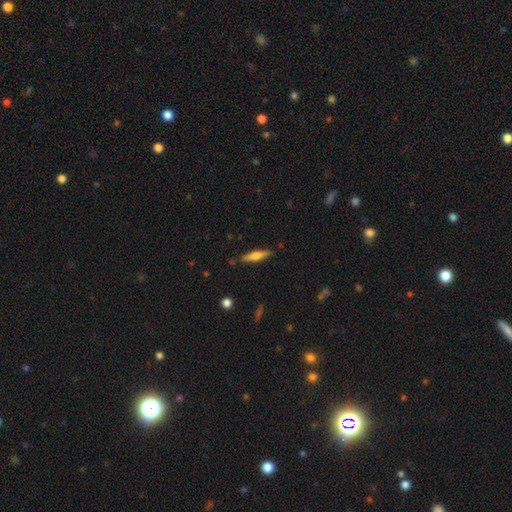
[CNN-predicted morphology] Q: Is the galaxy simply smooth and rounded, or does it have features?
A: smooth — 51%.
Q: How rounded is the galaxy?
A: cigar-shaped — 84%.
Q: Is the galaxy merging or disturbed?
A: none — 86%.